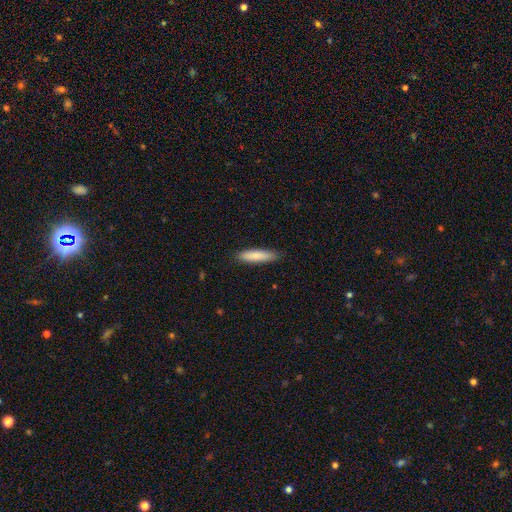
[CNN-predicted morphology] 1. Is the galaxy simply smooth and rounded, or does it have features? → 84% smooth, 10% featured or disk, 5% star or artifact.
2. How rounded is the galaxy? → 80% cigar-shaped, 19% in between, 1% round.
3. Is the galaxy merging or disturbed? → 88% none, 9% minor disturbance, 2% major disturbance, 1% merger.